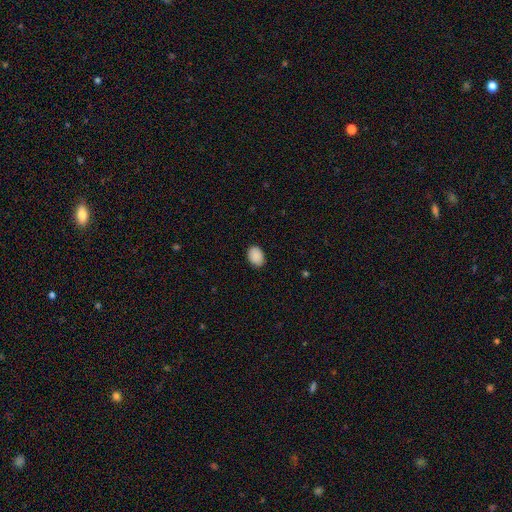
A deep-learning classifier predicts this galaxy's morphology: smooth 90%, star or artifact 8%, featured or disk 3%. Down the decision tree: how rounded — in between (75%); merging — none (87%).